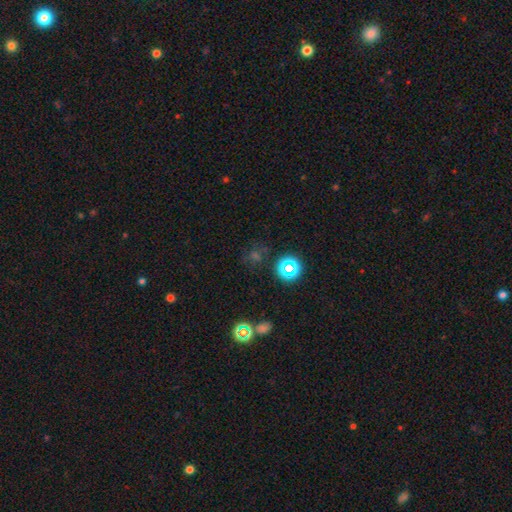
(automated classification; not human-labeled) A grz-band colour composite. It shows a star or artifact, not a galaxy (54%).